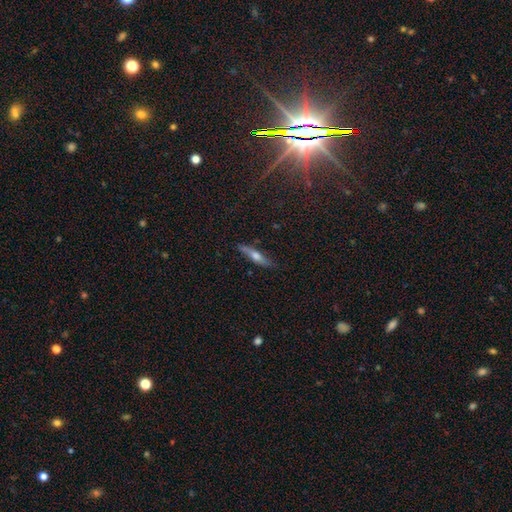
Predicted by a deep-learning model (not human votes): Smooth or featured: featured or disk — 52% (smooth — 41%)
Edge-on disk: yes — 92% (no — 8%)
Merging: none — 83% (minor disturbance — 13%)